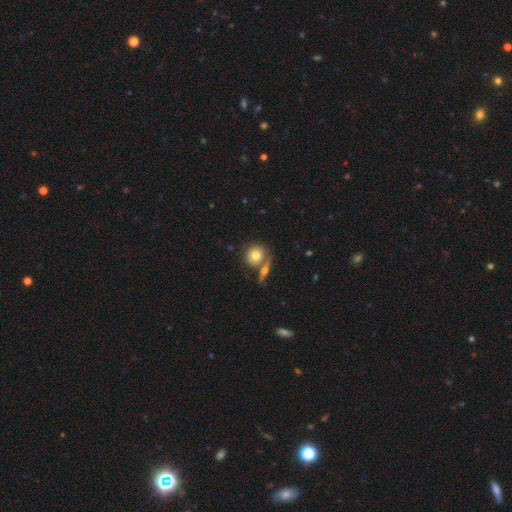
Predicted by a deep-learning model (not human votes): A smooth galaxy with no disk features (75%) that is round (83%). Merging: none (56%).